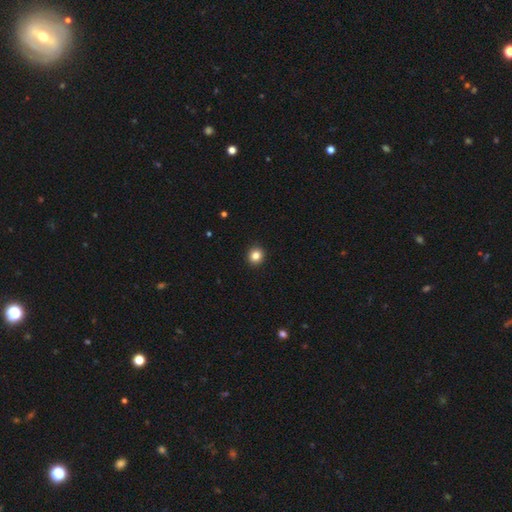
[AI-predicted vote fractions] smooth 84%, star or artifact 11%, featured or disk 5%. Down the decision tree: how rounded — round (91%); merging — none (93%).